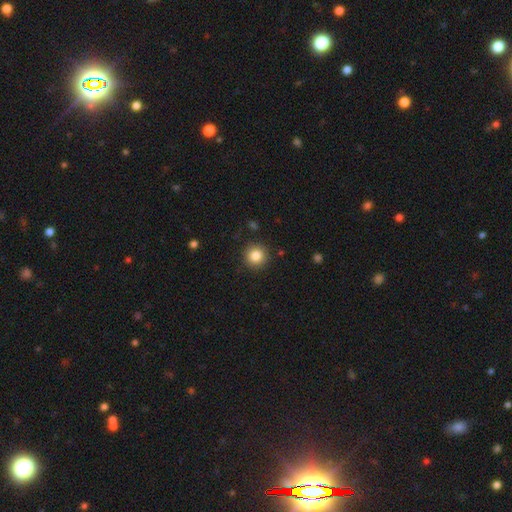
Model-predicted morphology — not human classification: smooth_or_featured: smooth (p=0.84) [alt: star or artifact p=0.10]
how_rounded: round (p=0.94) [alt: in between p=0.05]
merging: none (p=0.90) [alt: minor disturbance p=0.07]